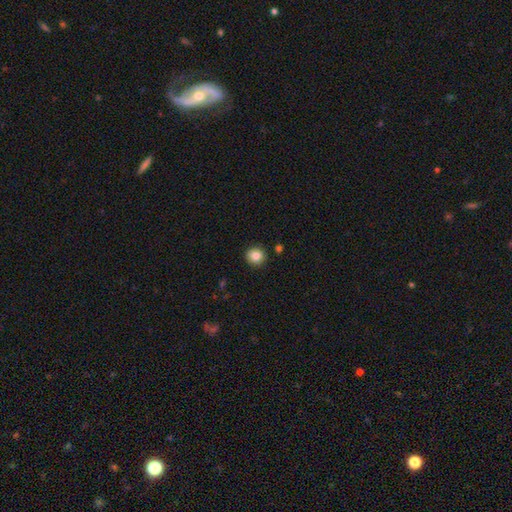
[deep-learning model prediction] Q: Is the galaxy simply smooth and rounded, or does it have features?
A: smooth — 85%.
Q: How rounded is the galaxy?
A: round — 92%.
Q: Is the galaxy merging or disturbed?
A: none — 90%.